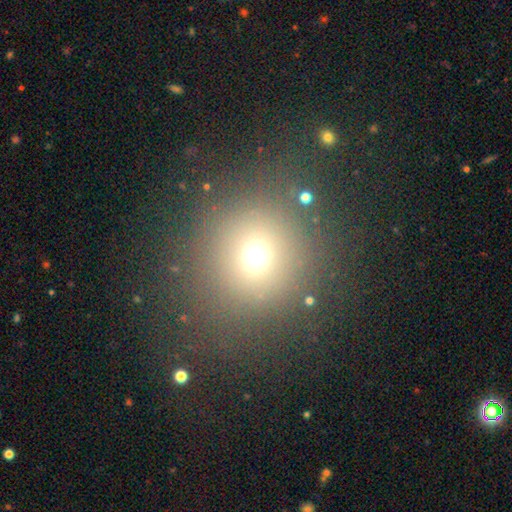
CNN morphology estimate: A smooth galaxy with no disk features (66%) that is round (91%).

Vote fractions:
- Smooth or featured? smooth: 66% / star or artifact: 25% / featured or disk: 9%
- How rounded? round: 91% / in between: 8% / cigar-shaped: 1%
- Merging? none: 84% / minor disturbance: 8% / major disturbance: 5% / merger: 3%